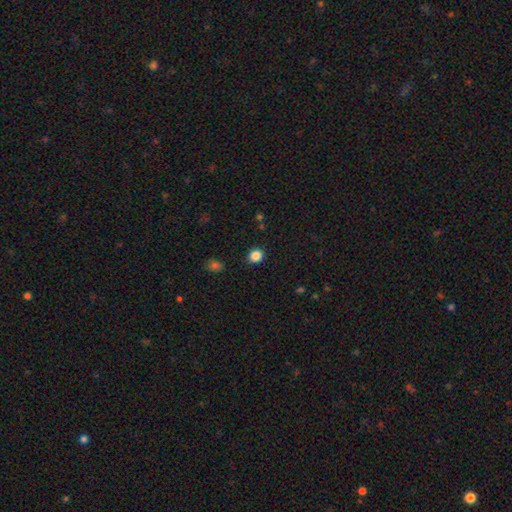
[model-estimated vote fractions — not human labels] Overall: smooth (86%). How rounded: round (83%). Merging: none (90%).